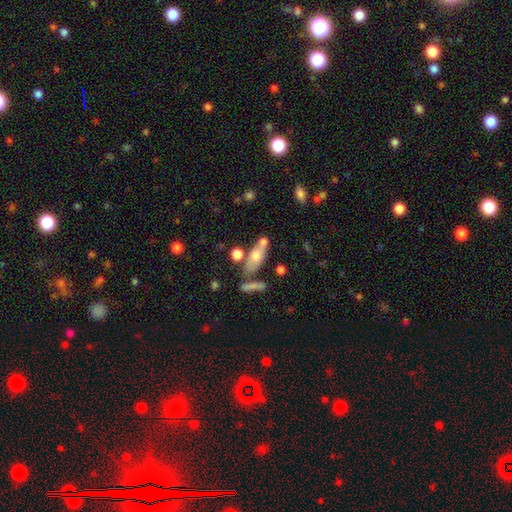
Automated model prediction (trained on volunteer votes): Smooth or featured?
  - smooth: 58% *
  - featured or disk: 34%
  - star or artifact: 8%
How rounded?
  - in between: 58% *
  - cigar-shaped: 36%
  - round: 6%
Merging?
  - none: 54% *
  - merger: 23%
  - minor disturbance: 16%
  - major disturbance: 7%